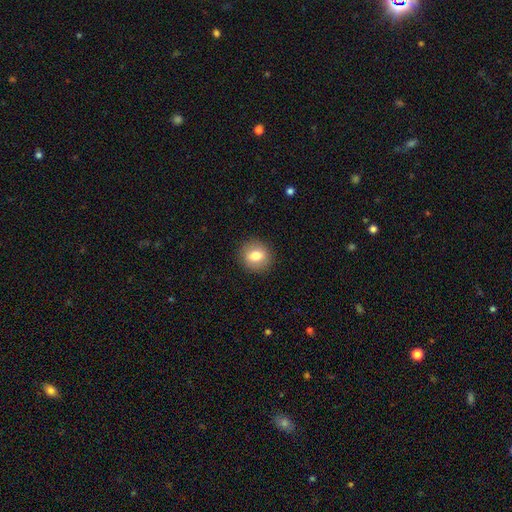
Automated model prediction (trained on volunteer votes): Smooth or featured? Predicted: smooth (p=0.75). How rounded? Predicted: round (p=0.75). Merging? Predicted: none (p=0.89).